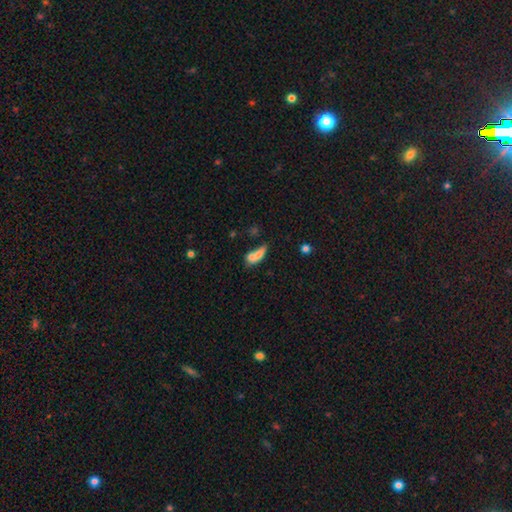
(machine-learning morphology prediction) This is likely a smooth galaxy (67%). How rounded: likely in between (65%). Merging: possibly merger (56%).